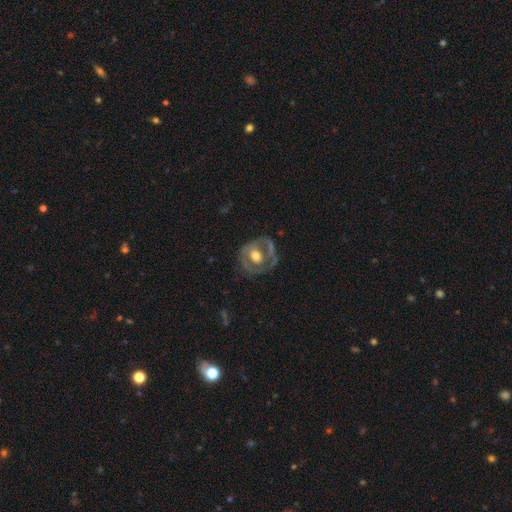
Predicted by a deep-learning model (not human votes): A featured or disk galaxy (64%) with no bar (69%), no spiral arms (63%) and a moderate central bulge (69%).

Vote fractions:
- Smooth or featured? featured or disk: 64% / smooth: 30% / star or artifact: 6%
- Edge-on disk? no: 96% / yes: 4%
- Bar? no: 69% / weak: 23% / strong: 9%
- Spiral arms? no: 63% / yes: 37%
- Bulge size? moderate: 69% / large: 16% / small: 13% / none: 2% / dominant: 1%
- Merging? none: 55% / minor disturbance: 22% / major disturbance: 19% / merger: 4%